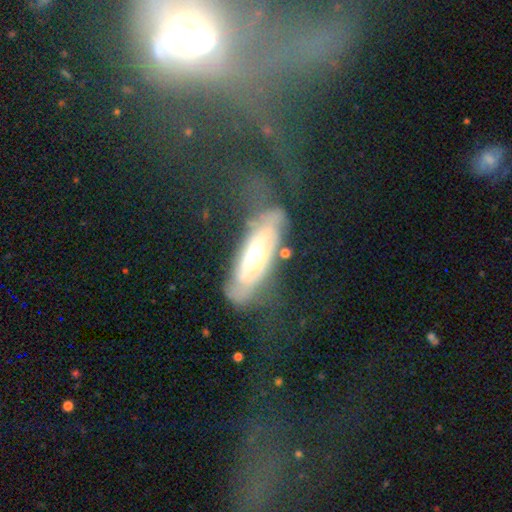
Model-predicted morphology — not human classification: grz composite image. It shows a featured or disk galaxy (66%). Merging: none (43%).